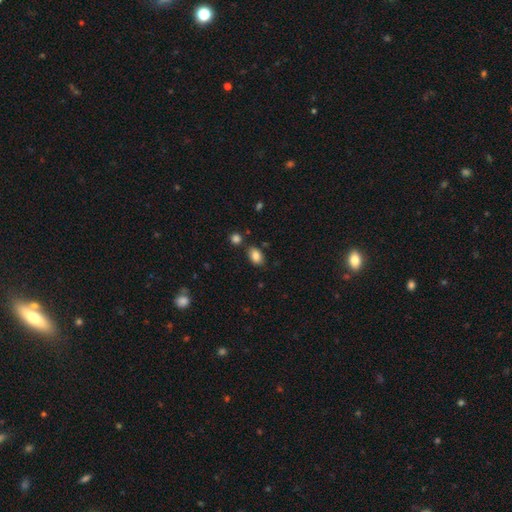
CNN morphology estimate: A smooth galaxy with no disk features (85%) that is in between round and cigar-shaped (87%).

Vote fractions:
- Smooth or featured? smooth: 85% / star or artifact: 9% / featured or disk: 6%
- How rounded? in between: 87% / round: 11% / cigar-shaped: 1%
- Merging? none: 78% / minor disturbance: 13% / merger: 6% / major disturbance: 3%